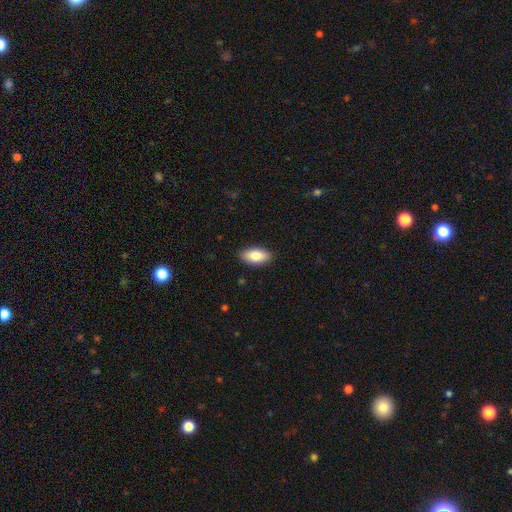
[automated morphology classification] Q: Smooth or featured?
A: smooth (82%); runner-up: featured or disk (12%)
Q: How rounded?
A: in between (91%); runner-up: cigar-shaped (6%)
Q: Merging?
A: none (88%); runner-up: minor disturbance (9%)